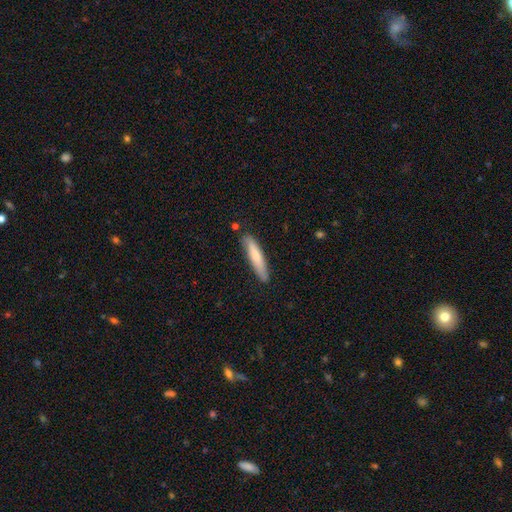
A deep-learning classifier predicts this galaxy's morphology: type=smooth (73%); roundness=cigar-shaped (89%); merging=none (84%).